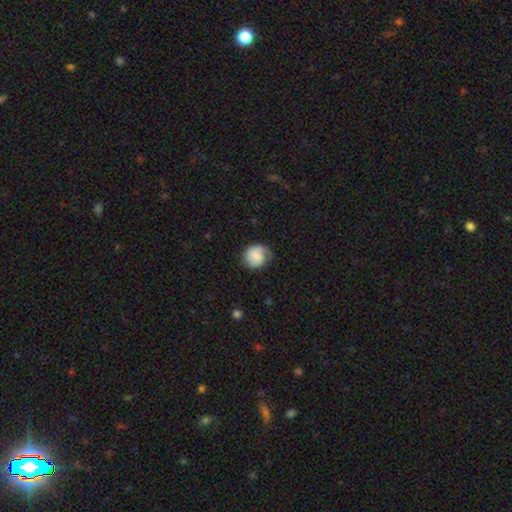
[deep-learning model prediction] smooth 61%, featured or disk 31%, star or artifact 8%. Down the decision tree: how rounded — round (82%); merging — none (68%).